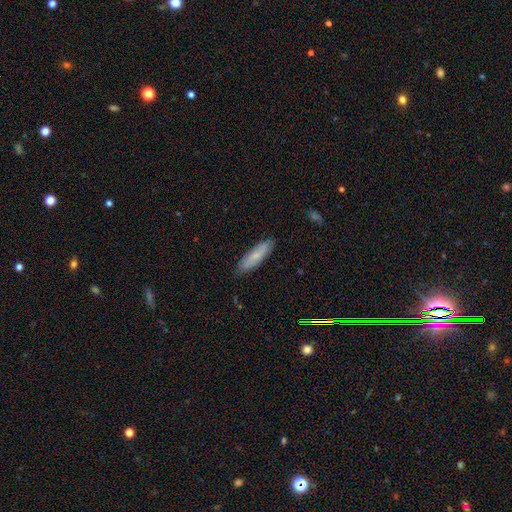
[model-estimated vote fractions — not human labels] This appears to be a smooth galaxy with no disk features (66%) that is cigar-shaped (61%). Merging: none (84%).